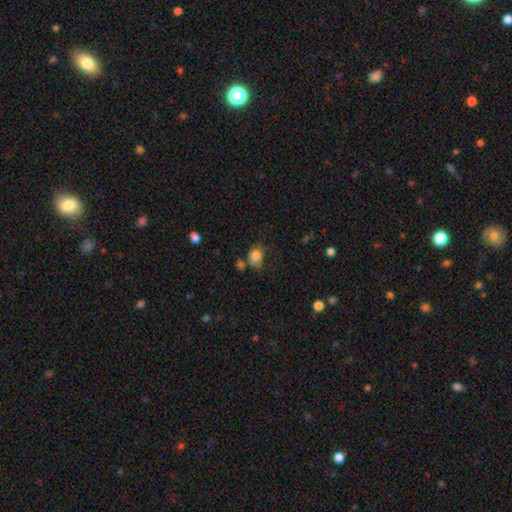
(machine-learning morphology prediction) Q: Smooth or featured?
A: smooth (83%); runner-up: star or artifact (10%)
Q: How rounded?
A: in between (57%); runner-up: round (42%)
Q: Merging?
A: none (52%); runner-up: minor disturbance (28%)